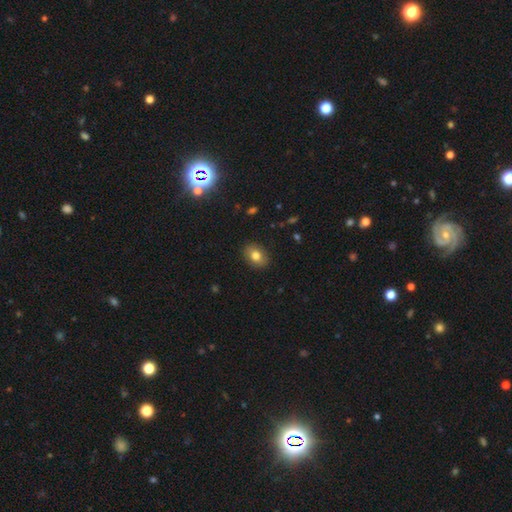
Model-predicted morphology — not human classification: type=smooth (79%); roundness=in between (69%); merging=none (88%).